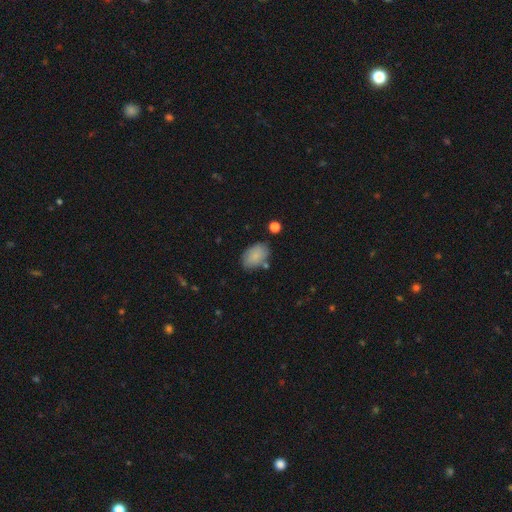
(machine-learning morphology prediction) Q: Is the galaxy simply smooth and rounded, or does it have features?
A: smooth — 83%.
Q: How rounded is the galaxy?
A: in between — 89%.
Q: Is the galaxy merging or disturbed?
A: none — 74%.